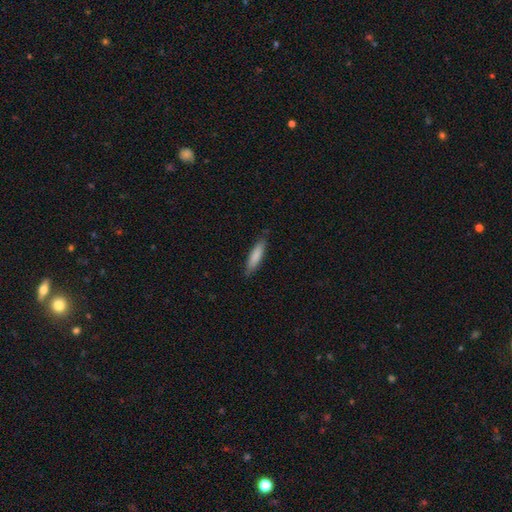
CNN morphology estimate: smooth_or_featured: smooth (p=0.84) [alt: featured or disk p=0.11]
how_rounded: cigar-shaped (p=0.77) [alt: in between p=0.22]
merging: none (p=0.86) [alt: minor disturbance p=0.11]